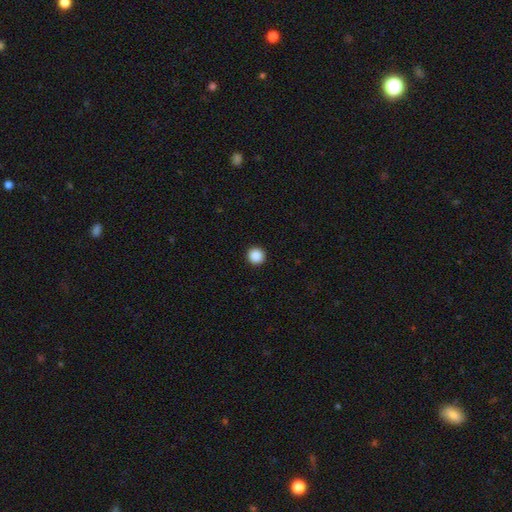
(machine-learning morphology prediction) A smooth galaxy with no disk features (88%) that is round (96%). Merging: none (94%).